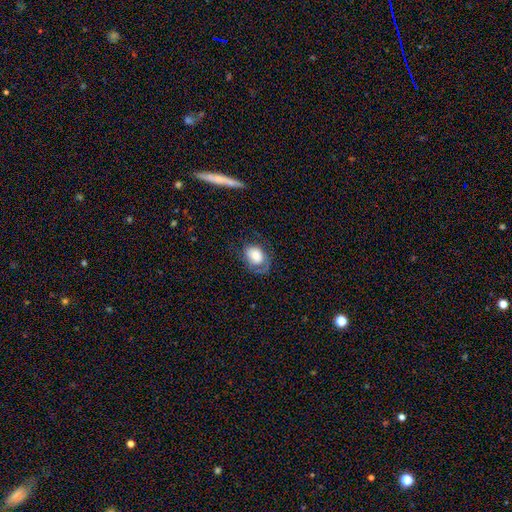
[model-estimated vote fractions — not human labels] This appears to be a smooth galaxy with no disk features (66%) that is in between round and cigar-shaped (70%). Merging: none (49%).